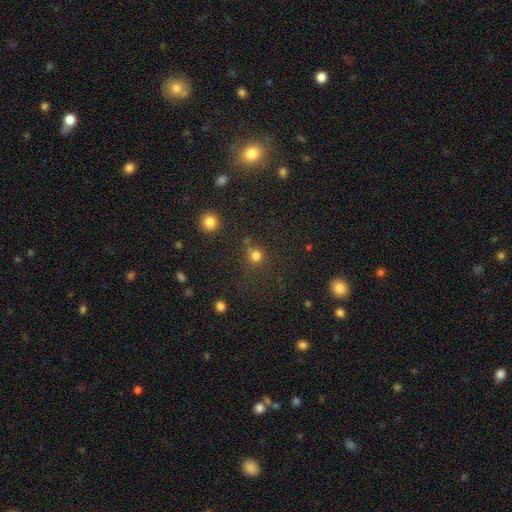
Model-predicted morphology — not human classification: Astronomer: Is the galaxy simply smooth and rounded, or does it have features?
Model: smooth — 76%.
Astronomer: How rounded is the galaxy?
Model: round — 90%.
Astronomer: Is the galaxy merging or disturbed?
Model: none — 71%.